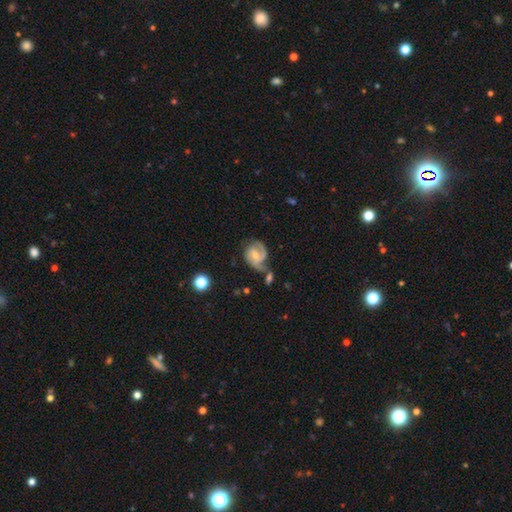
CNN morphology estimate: This is likely a featured or disk galaxy (76%). It is clearly not viewed edge-on (98%). Bar: possibly weak (47%). Spiral arm pattern: clearly yes (93%). Spiral arm count: likely 2 (63%). Spiral winding: possibly medium (46%). Central bulge: possibly small (51%). Merging: marginally none (41%).